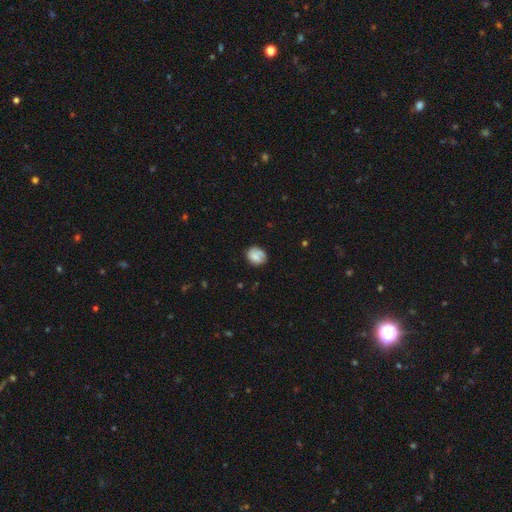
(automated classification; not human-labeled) smooth-or-featured: smooth: 73% | featured or disk: 18% | star or artifact: 8%
  how-rounded: round: 63% | in between: 36% | cigar-shaped: 1%
  merging: none: 71% | minor disturbance: 21% | major disturbance: 5% | merger: 2%